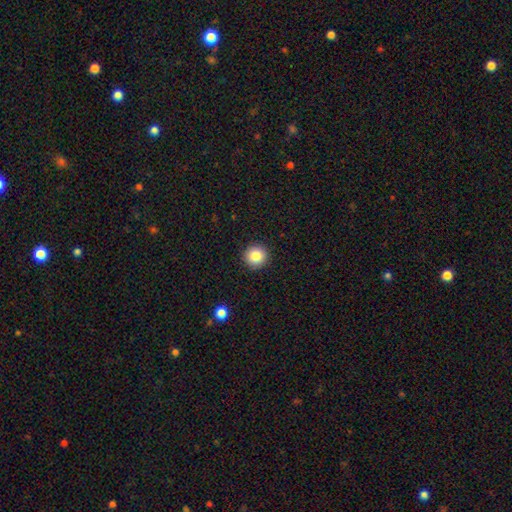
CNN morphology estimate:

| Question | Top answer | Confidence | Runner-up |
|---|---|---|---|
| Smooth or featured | smooth | 84% | star or artifact (10%) |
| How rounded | round | 95% | in between (4%) |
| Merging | none | 93% | minor disturbance (5%) |